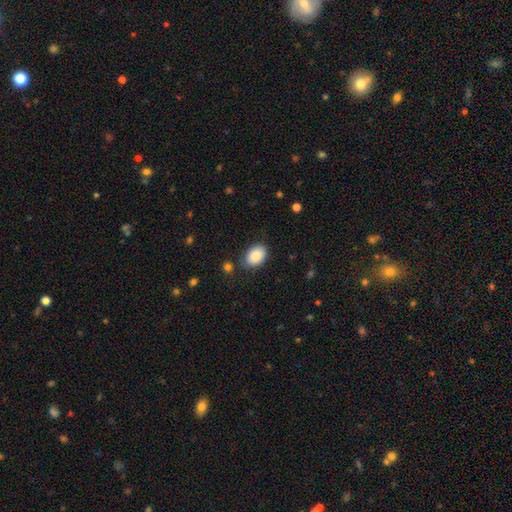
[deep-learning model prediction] smooth_or_featured: smooth (p=0.86) [alt: star or artifact p=0.07]
how_rounded: in between (p=0.84) [alt: round p=0.15]
merging: none (p=0.82) [alt: minor disturbance p=0.12]